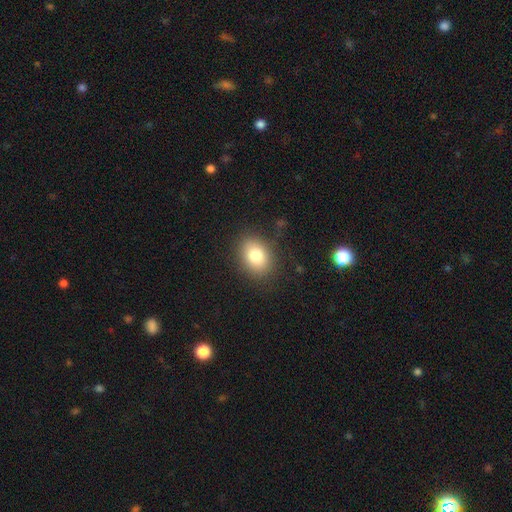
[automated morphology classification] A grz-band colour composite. It shows a smooth galaxy with no disk features (81%) that is in between round and cigar-shaped (64%). Merging: none (85%).